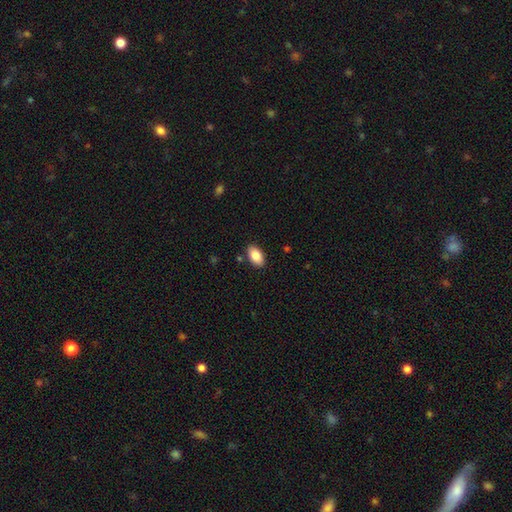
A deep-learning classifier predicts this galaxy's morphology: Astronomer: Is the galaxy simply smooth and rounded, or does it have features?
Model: smooth — 86%.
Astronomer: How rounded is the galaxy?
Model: in between — 94%.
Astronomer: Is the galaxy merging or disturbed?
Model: none — 87%.